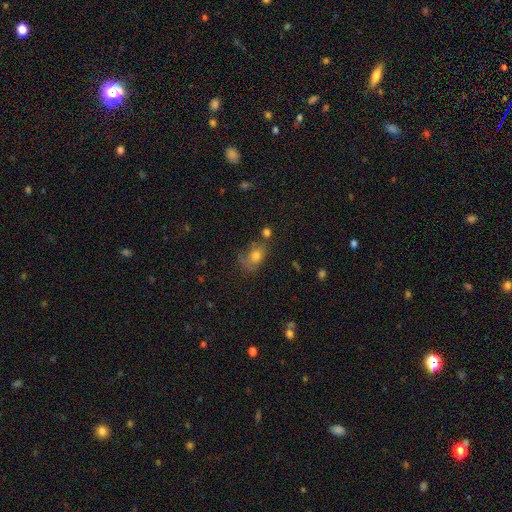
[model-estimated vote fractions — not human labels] Smooth or featured? smooth (65%)
How rounded? in between (59%)
Merging? none (44%)